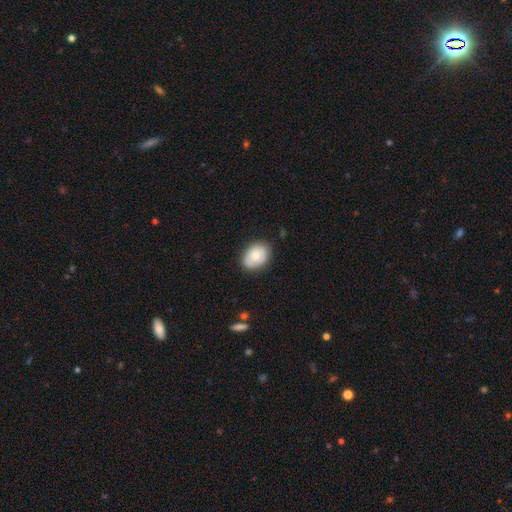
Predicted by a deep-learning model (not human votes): Smooth or featured: smooth — 71% (featured or disk — 22%)
How rounded: in between — 66% (round — 33%)
Merging: none — 80% (minor disturbance — 16%)